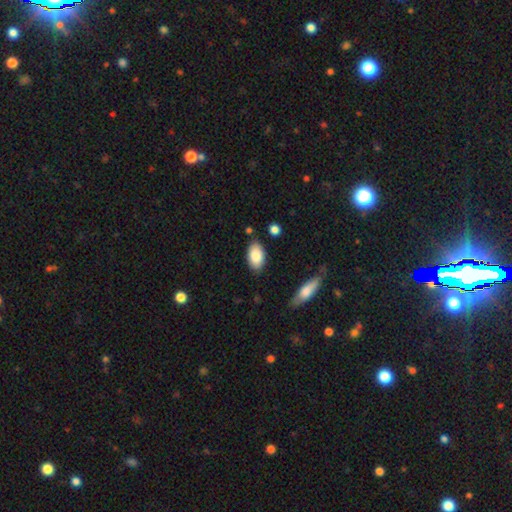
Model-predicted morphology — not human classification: Smooth or featured: smooth — 84% (featured or disk — 10%)
How rounded: in between — 94% (round — 4%)
Merging: none — 84% (minor disturbance — 11%)